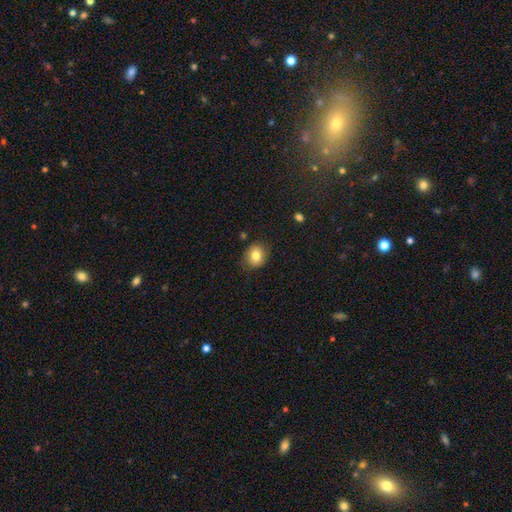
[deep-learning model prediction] smooth 80%, featured or disk 11%, star or artifact 10%. Down the decision tree: how rounded — round (70%); merging — none (83%).